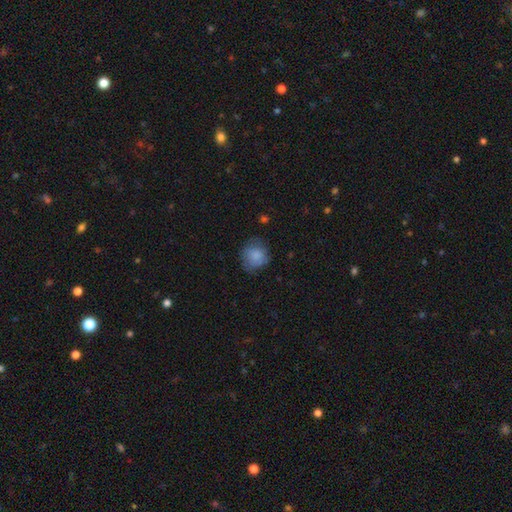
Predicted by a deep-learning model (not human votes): smooth 83%, featured or disk 9%, star or artifact 8%. Down the decision tree: how rounded — round (84%); merging — none (69%).